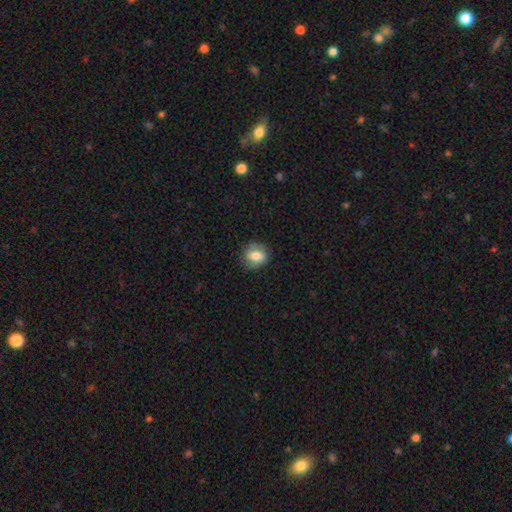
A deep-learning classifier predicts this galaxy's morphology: Smooth or featured: smooth — 66% (featured or disk — 25%)
How rounded: round — 56% (in between — 43%)
Merging: none — 75% (minor disturbance — 17%)